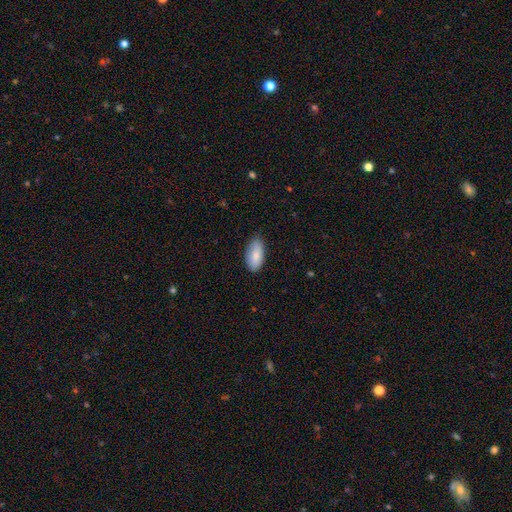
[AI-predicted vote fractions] smooth_or_featured: smooth (p=0.84) [alt: featured or disk p=0.11]
how_rounded: in between (p=0.92) [alt: cigar-shaped p=0.06]
merging: none (p=0.77) [alt: minor disturbance p=0.19]